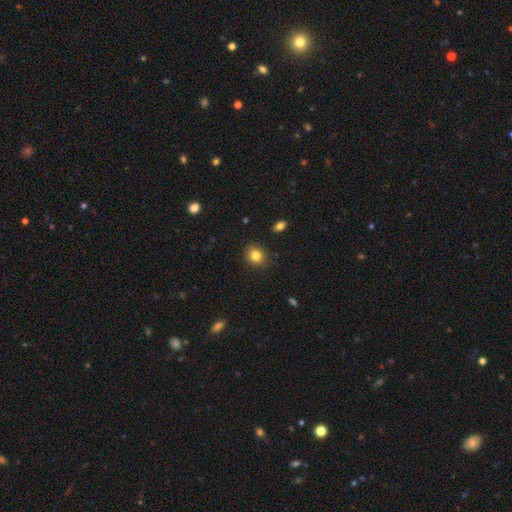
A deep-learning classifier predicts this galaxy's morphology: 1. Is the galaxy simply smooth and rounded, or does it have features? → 82% smooth, 11% star or artifact, 7% featured or disk.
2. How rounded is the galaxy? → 69% round, 30% in between, 1% cigar-shaped.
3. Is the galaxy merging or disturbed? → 87% none, 10% minor disturbance, 2% major disturbance, 1% merger.